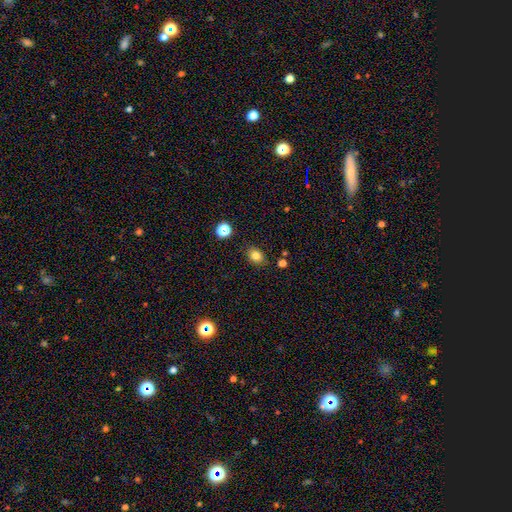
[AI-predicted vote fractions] The model was most divided on "how rounded": in between: 57%, round: 42%, cigar-shaped: 1%. More confident: merging — none (84%); smooth or featured — smooth (80%).